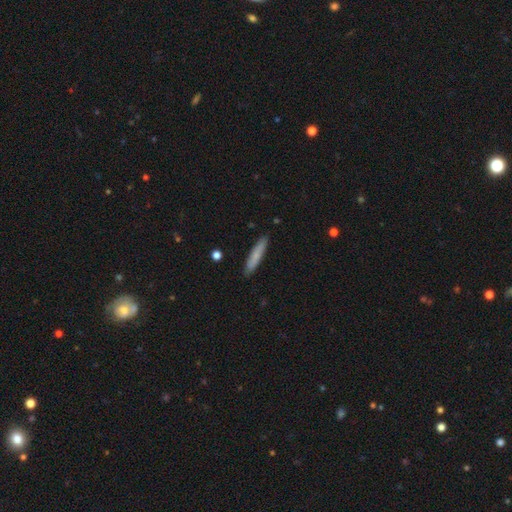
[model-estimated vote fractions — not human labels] Smooth or featured? Predicted: smooth (p=0.75). How rounded? Predicted: cigar-shaped (p=0.91). Merging? Predicted: none (p=0.89).